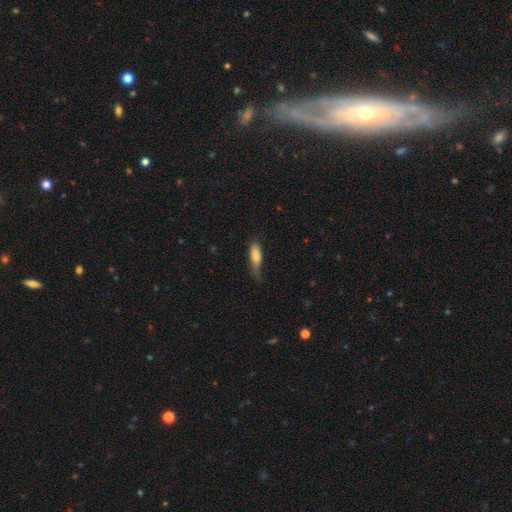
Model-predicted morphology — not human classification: The model was most divided on "how rounded": in between: 53%, cigar-shaped: 45%, round: 2%. Remaining: smooth or featured — smooth (77%); merging — none (45%).